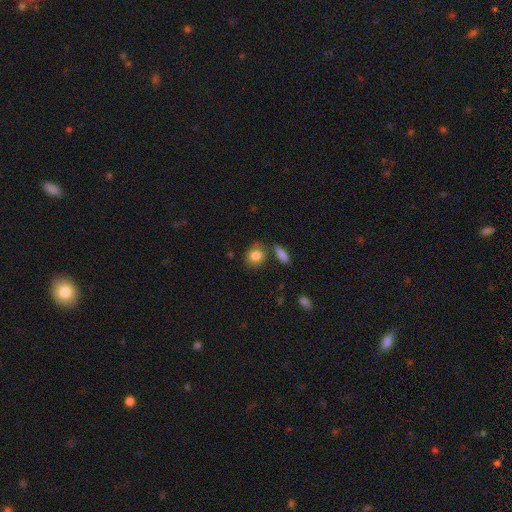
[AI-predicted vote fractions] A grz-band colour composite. It shows a smooth galaxy with no disk features (83%) that is round (54%). Merging: none (69%).